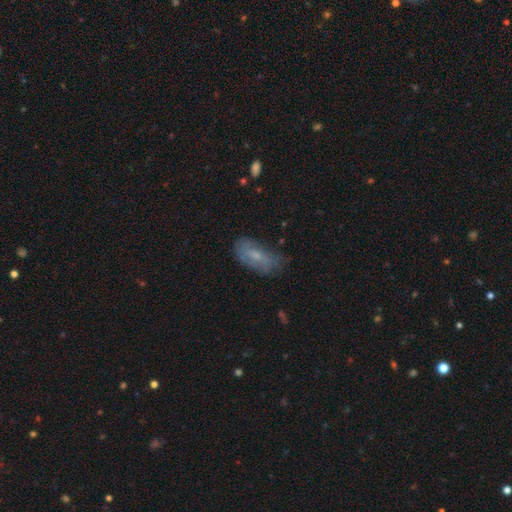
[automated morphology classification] Smooth or featured?
  - smooth: 59% *
  - featured or disk: 33%
  - star or artifact: 8%
How rounded?
  - in between: 84% *
  - cigar-shaped: 13%
  - round: 3%
Merging?
  - none: 60% *
  - minor disturbance: 29%
  - major disturbance: 10%
  - merger: 2%